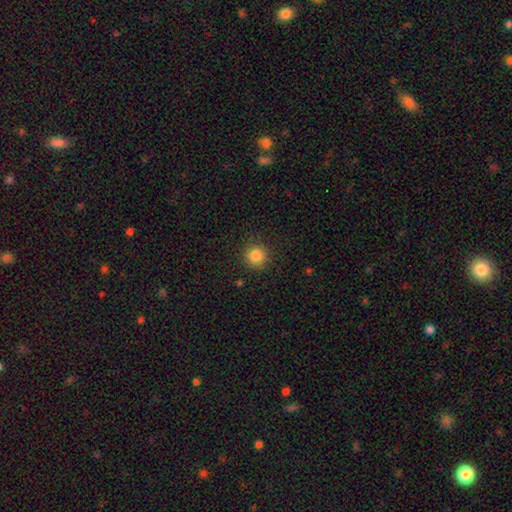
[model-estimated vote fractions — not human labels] This is clearly a smooth galaxy (85%). How rounded: clearly round (93%). Merging: clearly none (89%).